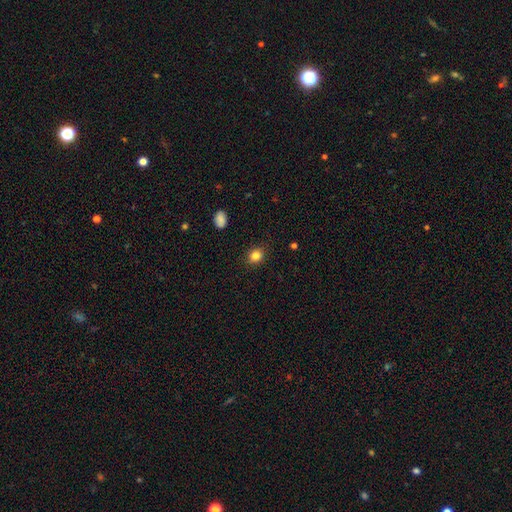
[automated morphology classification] Smooth or featured? smooth (84%)
How rounded? round (63%)
Merging? none (89%)